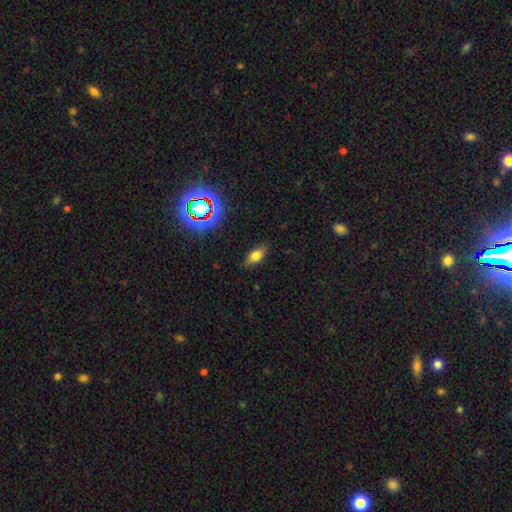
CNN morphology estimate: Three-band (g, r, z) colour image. It shows a smooth galaxy with no disk features (73%) that is in between round and cigar-shaped (84%). Merging: none (82%).